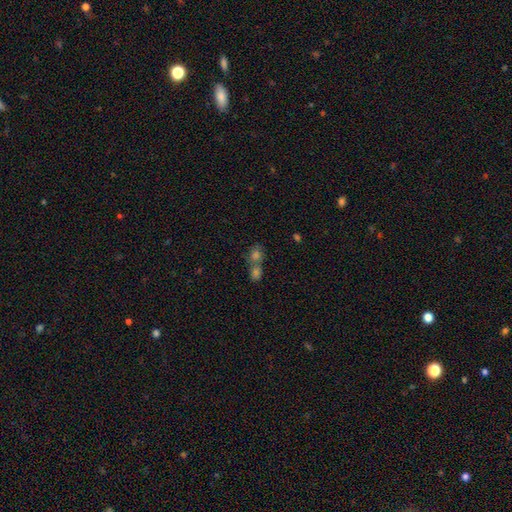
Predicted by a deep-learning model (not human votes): A smooth galaxy with no disk features (62%) that is round (62%).

Vote fractions:
- Smooth or featured? smooth: 62% / star or artifact: 23% / featured or disk: 15%
- How rounded? round: 62% / in between: 35% / cigar-shaped: 3%
- Merging? merger: 52% / none: 37% / minor disturbance: 7% / major disturbance: 4%